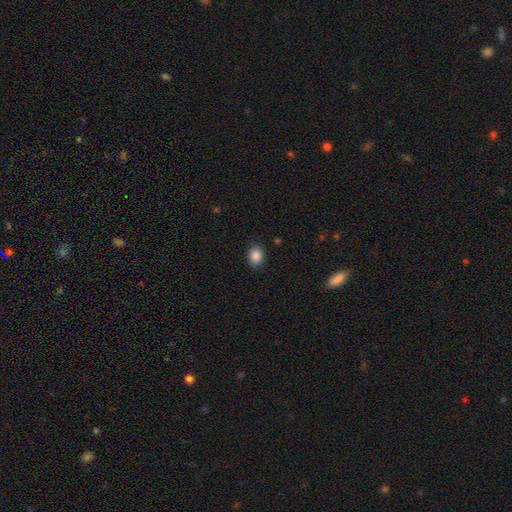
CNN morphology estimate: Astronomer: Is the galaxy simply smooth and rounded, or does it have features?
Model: smooth — 88%.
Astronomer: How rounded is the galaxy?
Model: in between — 55% (runner-up: round, 44%).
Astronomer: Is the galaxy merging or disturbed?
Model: none — 88%.